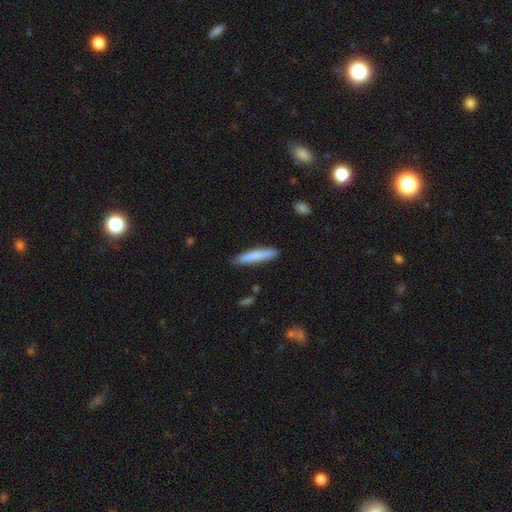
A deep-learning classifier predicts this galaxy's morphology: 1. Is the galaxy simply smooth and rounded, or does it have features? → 80% smooth, 15% featured or disk, 6% star or artifact.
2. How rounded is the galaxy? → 91% cigar-shaped, 8% in between, 1% round.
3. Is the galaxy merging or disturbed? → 85% none, 12% minor disturbance, 2% major disturbance, 2% merger.